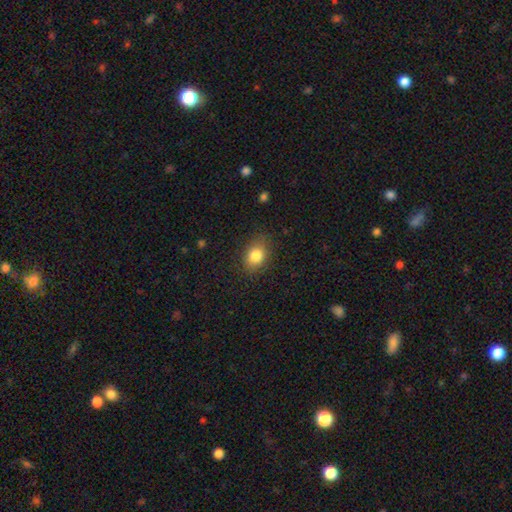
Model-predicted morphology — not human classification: Smooth or featured?
  - smooth: 82% *
  - star or artifact: 10%
  - featured or disk: 8%
How rounded?
  - in between: 60% *
  - round: 39%
  - cigar-shaped: 1%
Merging?
  - none: 80% *
  - minor disturbance: 15%
  - major disturbance: 4%
  - merger: 1%